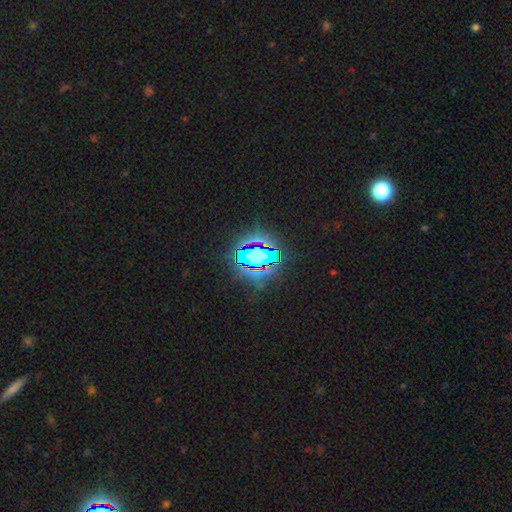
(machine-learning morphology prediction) Smooth or featured: star or artifact — 63% (smooth — 21%)